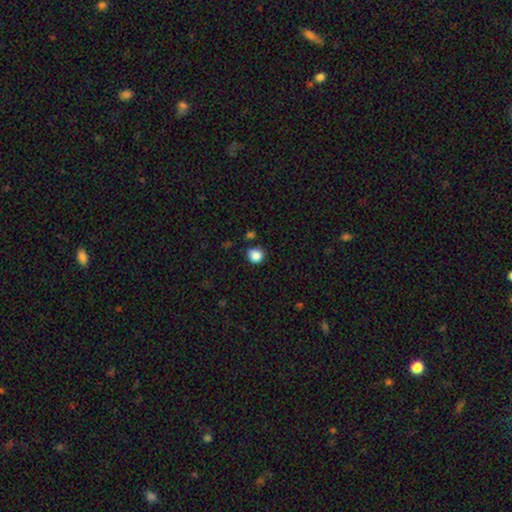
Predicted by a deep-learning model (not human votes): This appears to be a smooth galaxy with no disk features (87%) that is round (87%). Merging: none (81%).